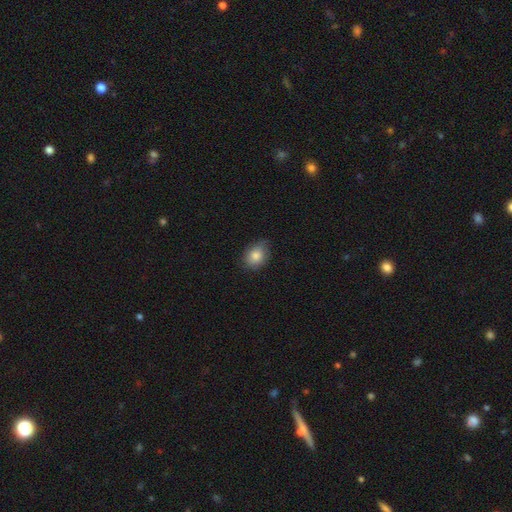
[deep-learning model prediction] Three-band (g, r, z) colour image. It shows a smooth galaxy with no disk features (82%) that is in between round and cigar-shaped (63%). Merging: none (71%).